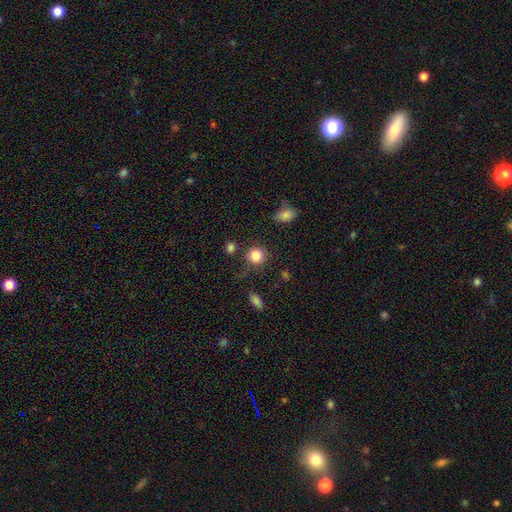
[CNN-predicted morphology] type=smooth (84%); roundness=round (89%); merging=none (80%).